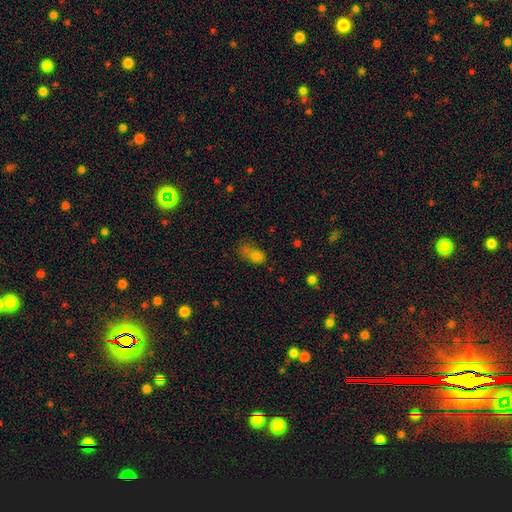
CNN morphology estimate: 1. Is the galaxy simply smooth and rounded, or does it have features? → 73% smooth, 17% star or artifact, 11% featured or disk.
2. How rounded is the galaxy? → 75% in between, 20% round, 5% cigar-shaped.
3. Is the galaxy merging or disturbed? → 29% none, 25% major disturbance, 24% merger, 22% minor disturbance.